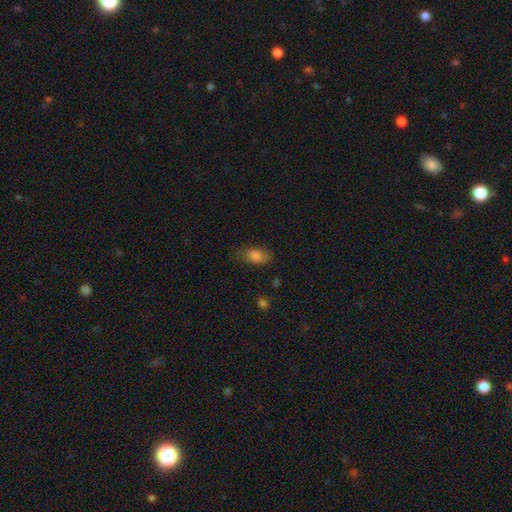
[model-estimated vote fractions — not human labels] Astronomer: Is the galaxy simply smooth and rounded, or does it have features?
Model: smooth — 80%.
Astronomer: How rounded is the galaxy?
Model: in between — 88%.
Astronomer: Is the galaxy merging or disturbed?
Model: none — 72%.